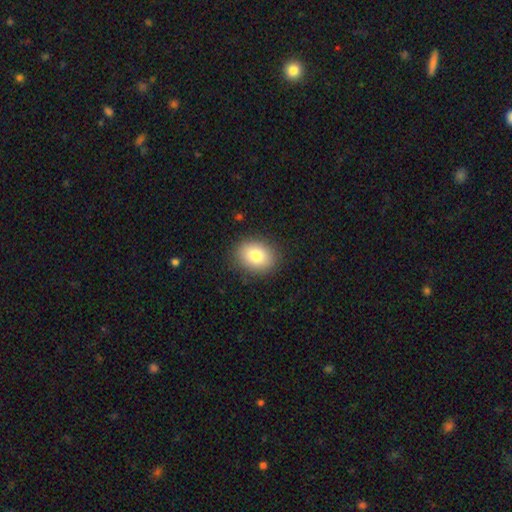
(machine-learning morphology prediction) smooth 83%, star or artifact 9%, featured or disk 8%. Down the decision tree: how rounded — in between (56%); merging — none (88%).